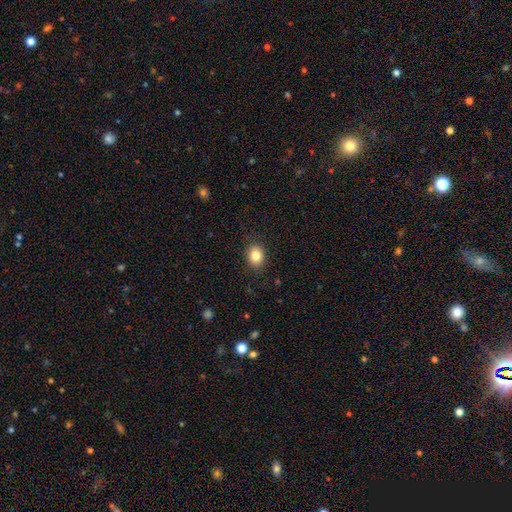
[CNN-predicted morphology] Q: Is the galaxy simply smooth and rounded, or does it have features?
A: smooth — 84%.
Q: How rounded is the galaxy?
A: round — 51%.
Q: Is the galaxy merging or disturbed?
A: none — 88%.